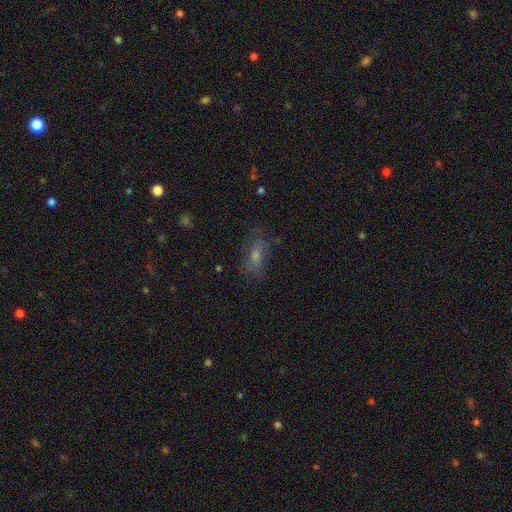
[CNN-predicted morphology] smooth-or-featured: smooth: 51% | featured or disk: 30% | star or artifact: 19%
  how-rounded: in between: 74% | cigar-shaped: 17% | round: 9%
  merging: none: 72% | minor disturbance: 18% | major disturbance: 8% | merger: 2%